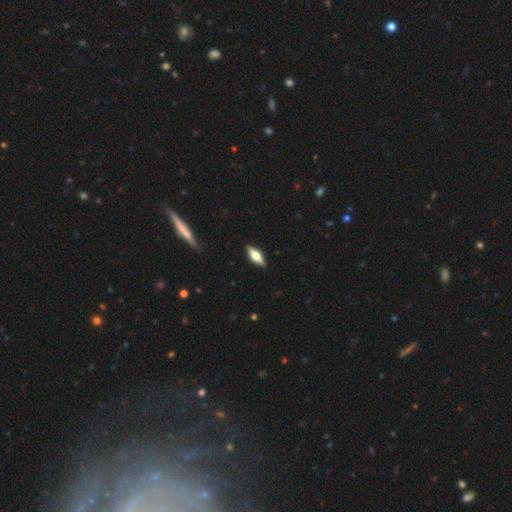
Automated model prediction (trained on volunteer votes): Q: Smooth or featured?
A: smooth (50%); runner-up: featured or disk (44%)
Q: Merging?
A: none (88%); runner-up: minor disturbance (9%)